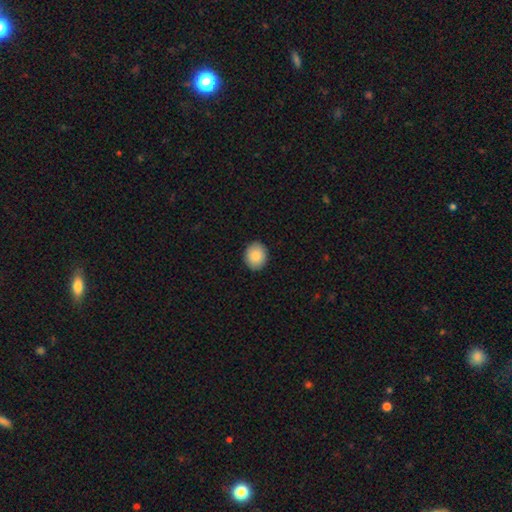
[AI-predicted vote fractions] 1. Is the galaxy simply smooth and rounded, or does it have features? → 88% smooth, 7% star or artifact, 5% featured or disk.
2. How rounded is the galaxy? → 69% round, 30% in between, 1% cigar-shaped.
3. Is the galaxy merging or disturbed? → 91% none, 7% minor disturbance, 2% major disturbance, 1% merger.